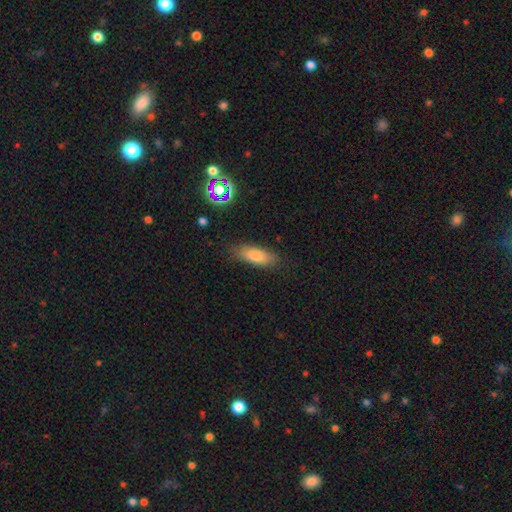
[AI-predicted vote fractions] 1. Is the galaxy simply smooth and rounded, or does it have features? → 77% smooth, 13% featured or disk, 10% star or artifact.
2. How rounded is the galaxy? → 61% in between, 36% cigar-shaped, 3% round.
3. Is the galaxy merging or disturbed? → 81% none, 14% minor disturbance, 3% major disturbance, 2% merger.